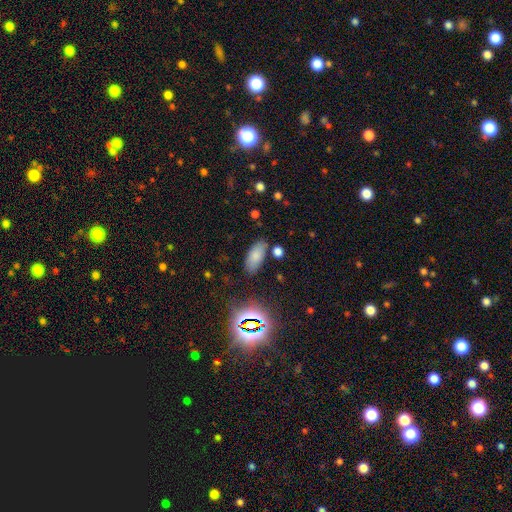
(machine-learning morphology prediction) type=smooth (77%); roundness=in between (89%); merging=none (78%).